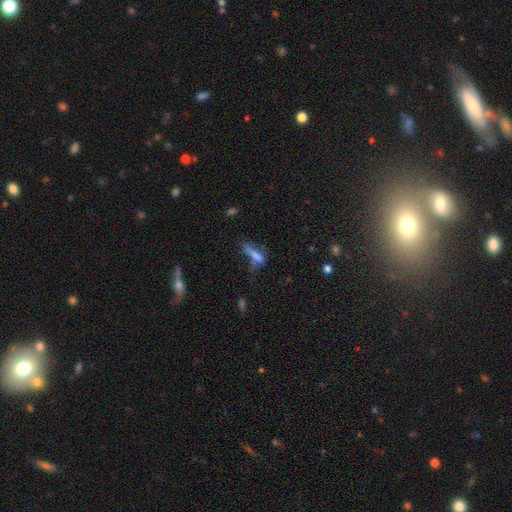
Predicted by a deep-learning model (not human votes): A smooth galaxy with no disk features (61%) that is cigar-shaped (57%).

Vote fractions:
- Smooth or featured? smooth: 61% / featured or disk: 25% / star or artifact: 14%
- How rounded? cigar-shaped: 57% / in between: 40% / round: 3%
- Merging? major disturbance: 35% / none: 27% / minor disturbance: 22% / merger: 16%